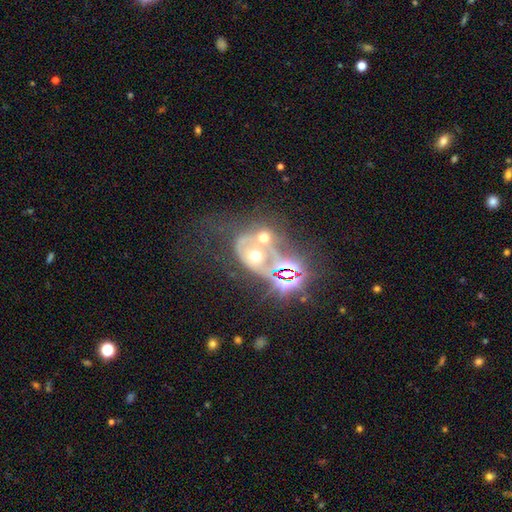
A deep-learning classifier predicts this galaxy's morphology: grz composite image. It shows a featured or disk galaxy (41%). Merging: merger (48%).